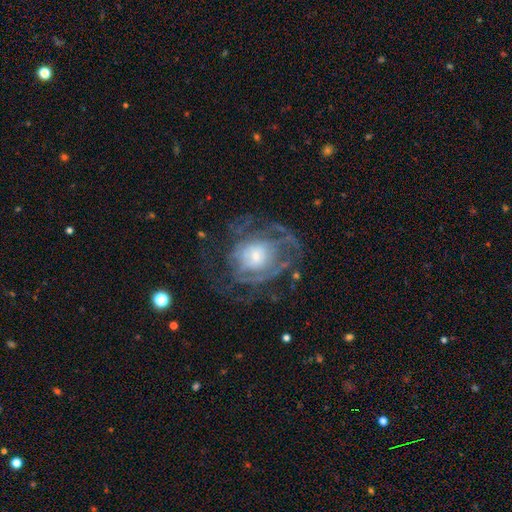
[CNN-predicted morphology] smooth_or_featured: featured or disk (p=0.74) [alt: smooth p=0.18]
disk_edge_on: no (p=0.96) [alt: yes p=0.04]
bar: no (p=0.75) [alt: weak p=0.20]
has_spiral_arms: yes (p=0.71) [alt: no p=0.29]
spiral_winding: tight (p=0.54) [alt: medium p=0.31]
spiral_arm_count: can't tell (p=0.53) [alt: 2 p=0.15]
bulge_size: small (p=0.49) [alt: moderate p=0.33]
merging: none (p=0.54) [alt: major disturbance p=0.27]